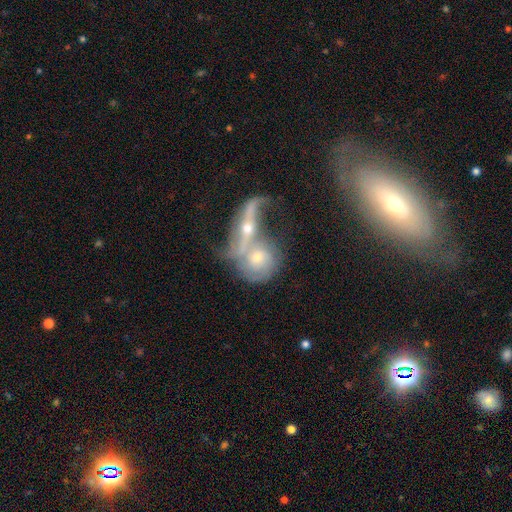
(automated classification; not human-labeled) featured or disk 69%, smooth 22%, star or artifact 9%. Down the decision tree: edge-on disk — no (80%); bar — no (66%); spiral arms — yes (74%); bulge size — small (49%); merging — merger (65%).